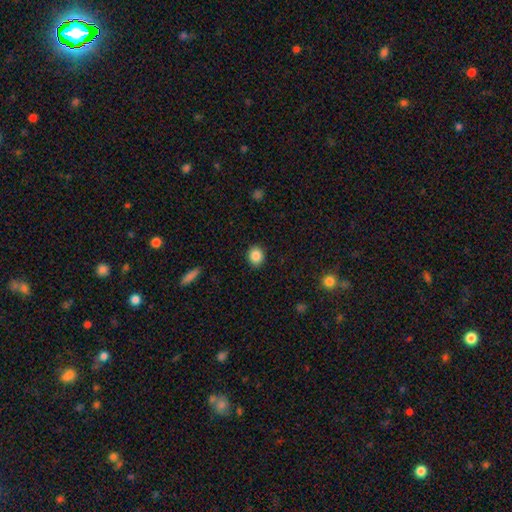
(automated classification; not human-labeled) Smooth or featured: smooth — 86% (star or artifact — 9%)
How rounded: round — 72% (in between — 27%)
Merging: none — 90% (minor disturbance — 7%)